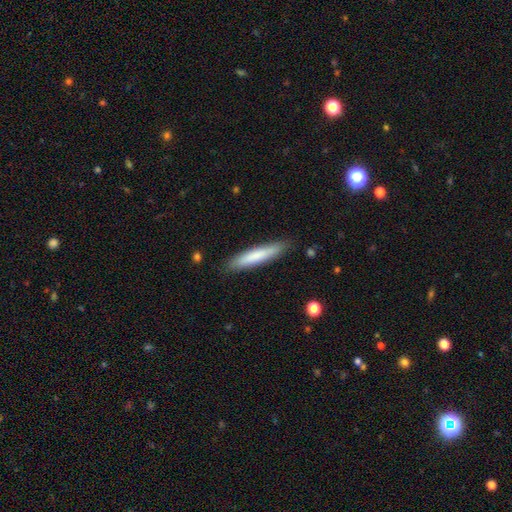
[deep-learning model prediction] This appears to be a smooth galaxy with no disk features (75%) that is cigar-shaped (90%). Merging: none (87%).